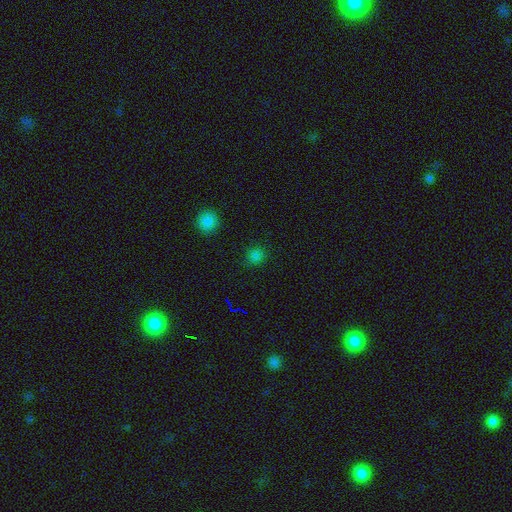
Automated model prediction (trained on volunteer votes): Morphology: type=smooth (75%); roundness=round (89%); merging=none (87%).